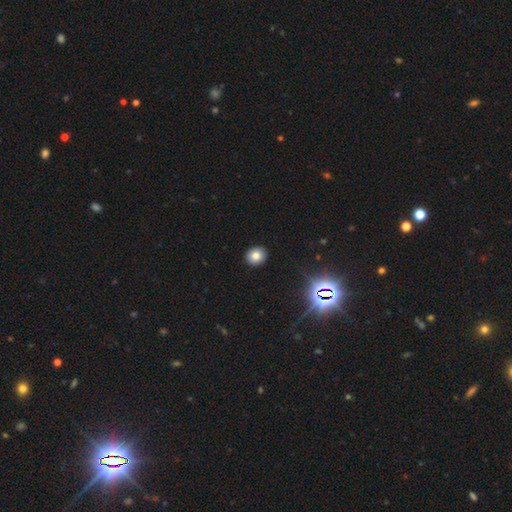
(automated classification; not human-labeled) A smooth galaxy with no disk features (78%) that is round (73%). Merging: none (92%).